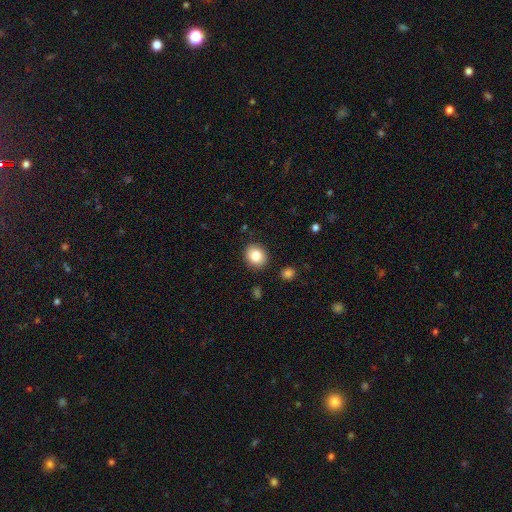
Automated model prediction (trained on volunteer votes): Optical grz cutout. It shows a smooth galaxy with no disk features (84%) that is round (68%). Merging: none (88%).